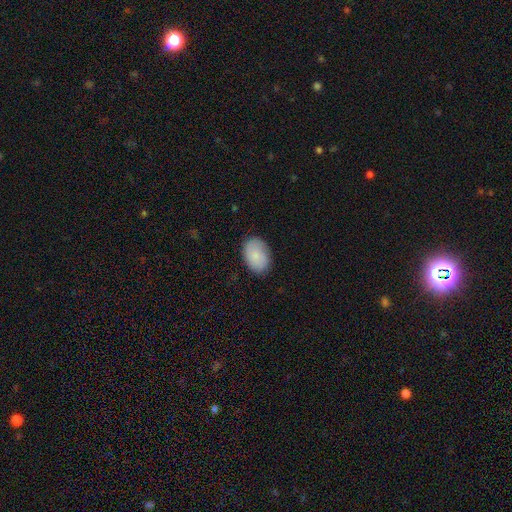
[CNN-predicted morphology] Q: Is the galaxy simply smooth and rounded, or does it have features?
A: smooth — 83%.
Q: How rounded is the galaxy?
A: in between — 85%.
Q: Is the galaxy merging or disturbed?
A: none — 84%.